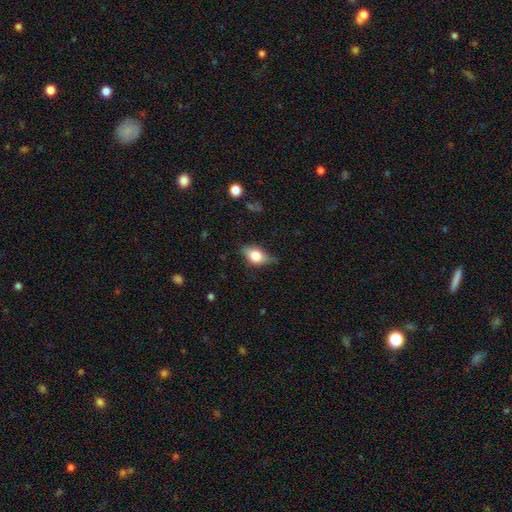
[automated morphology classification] Smooth or featured? Predicted: smooth (p=0.65). How rounded? Predicted: in between (p=0.80). Merging? Predicted: none (p=0.62).